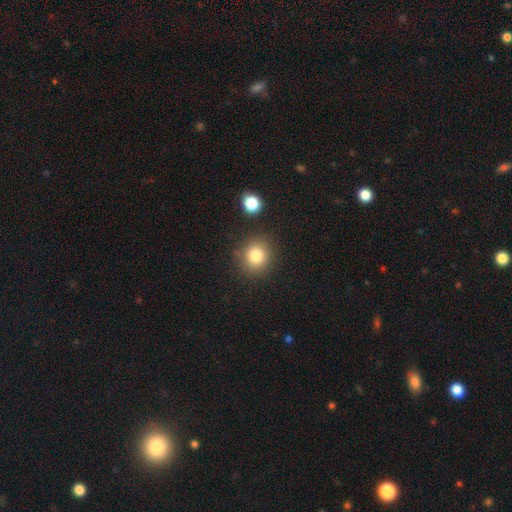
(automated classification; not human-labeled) A smooth galaxy with no disk features (80%) that is round (85%).

Vote fractions:
- Smooth or featured? smooth: 80% / star or artifact: 12% / featured or disk: 7%
- How rounded? round: 85% / in between: 14% / cigar-shaped: 1%
- Merging? none: 83% / minor disturbance: 9% / merger: 4% / major disturbance: 3%